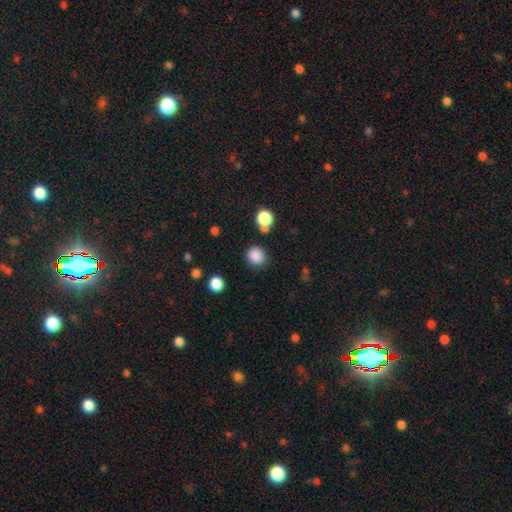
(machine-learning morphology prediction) A smooth galaxy with no disk features (84%) that is round (87%). Merging: none (80%).